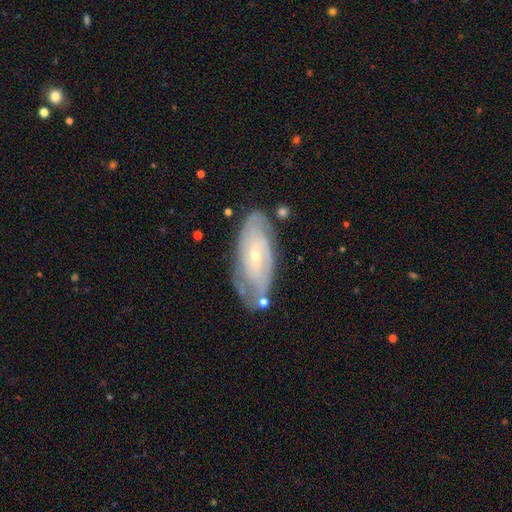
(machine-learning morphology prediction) A featured or disk galaxy (77%) with no bar (69%), tight (70%) spiral arms (86%) and a small central bulge (76%). Merging: none (69%).